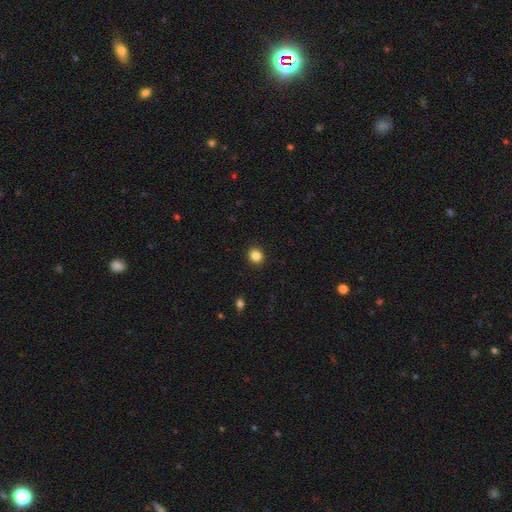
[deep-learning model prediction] Morphology: type=smooth (85%); roundness=round (81%); merging=none (92%).